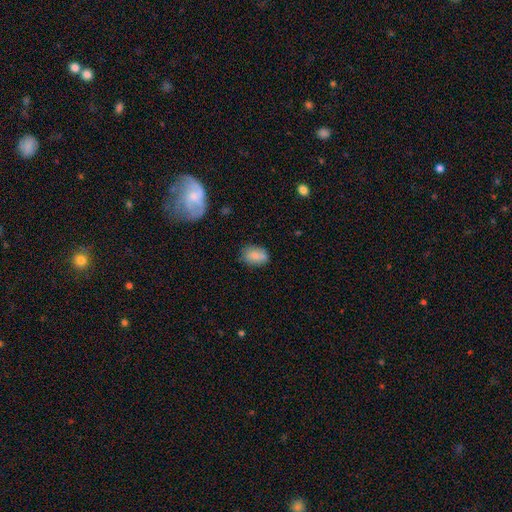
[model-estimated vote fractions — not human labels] This is clearly a smooth galaxy (81%). How rounded: clearly in between (83%). Merging: likely none (70%).